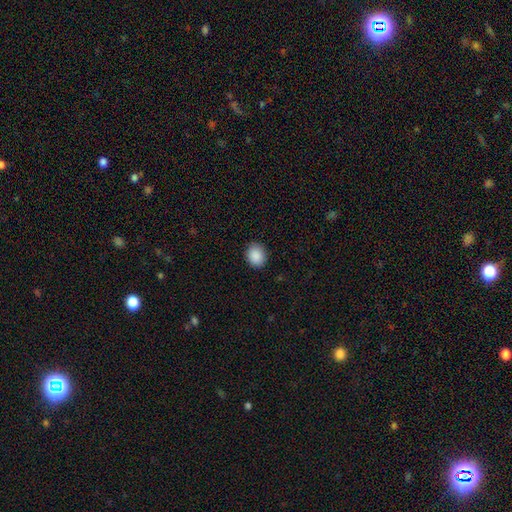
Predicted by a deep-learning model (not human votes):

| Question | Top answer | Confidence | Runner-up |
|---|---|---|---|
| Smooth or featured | smooth | 89% | star or artifact (8%) |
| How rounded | round | 61% | in between (38%) |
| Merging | none | 89% | minor disturbance (8%) |